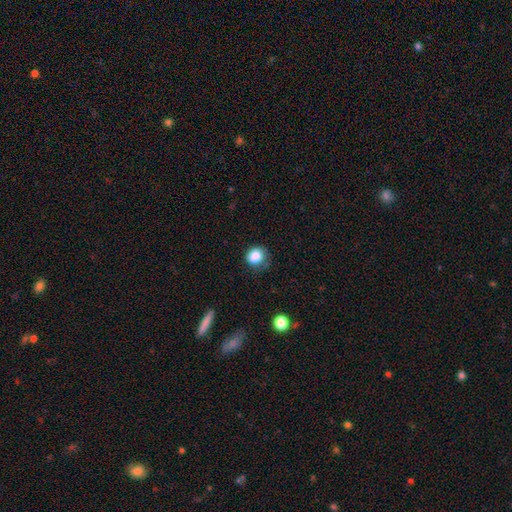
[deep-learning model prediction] smooth-or-featured: smooth: 84% | star or artifact: 10% | featured or disk: 6%
  how-rounded: round: 77% | in between: 22% | cigar-shaped: 1%
  merging: none: 61% | minor disturbance: 28% | major disturbance: 9% | merger: 2%